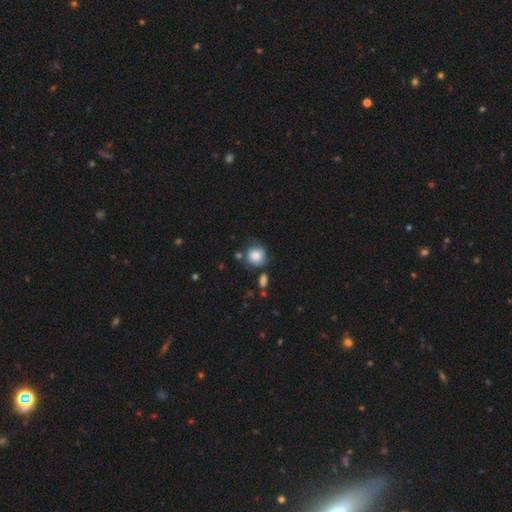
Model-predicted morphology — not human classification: smooth 81%, featured or disk 11%, star or artifact 9%. Down the decision tree: how rounded — round (88%); merging — none (65%).